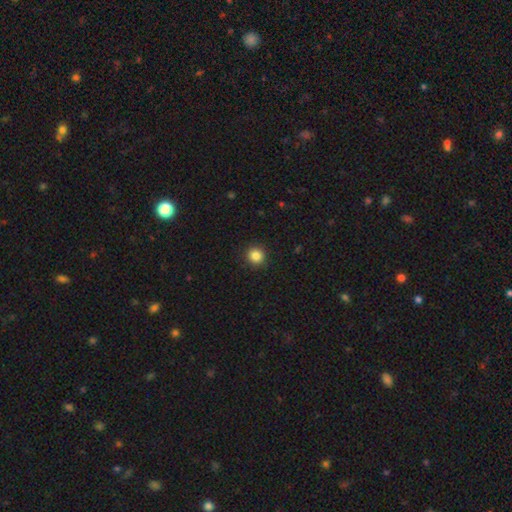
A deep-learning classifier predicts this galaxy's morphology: Smooth or featured? smooth (85%)
How rounded? round (93%)
Merging? none (92%)